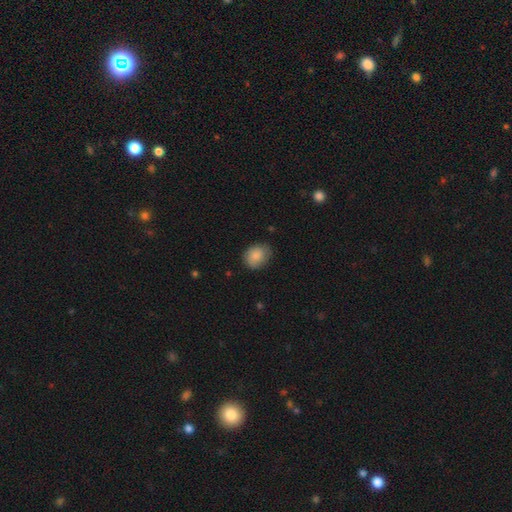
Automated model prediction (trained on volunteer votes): A smooth galaxy with no disk features (86%) that is round (50%). Merging: none (75%).